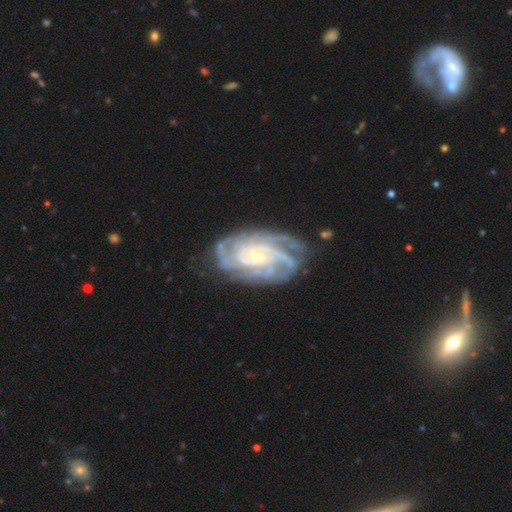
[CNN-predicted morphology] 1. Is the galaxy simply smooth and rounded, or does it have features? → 91% featured or disk, 5% star or artifact, 4% smooth.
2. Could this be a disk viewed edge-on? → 97% no, 3% yes.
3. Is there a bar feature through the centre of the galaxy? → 62% no, 29% weak, 9% strong.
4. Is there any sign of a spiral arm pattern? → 98% yes, 2% no.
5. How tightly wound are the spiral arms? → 69% tight, 27% medium, 4% loose.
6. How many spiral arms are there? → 27% 3, 26% 4, 19% can't tell, 14% 2, 8% more than 4, 6% 1.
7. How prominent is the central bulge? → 62% small, 33% moderate, 2% none, 2% large, 1% dominant.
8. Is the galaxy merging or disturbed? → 73% none, 19% minor disturbance, 7% major disturbance, 2% merger.